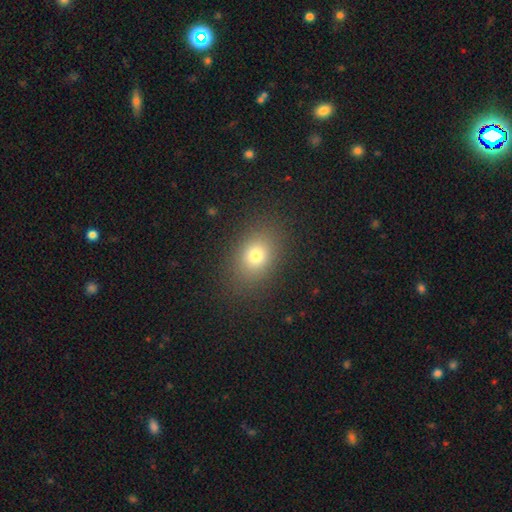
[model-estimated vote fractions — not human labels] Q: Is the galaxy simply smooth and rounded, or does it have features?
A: smooth — 76%.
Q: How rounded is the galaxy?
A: in between — 58%.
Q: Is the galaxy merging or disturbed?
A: none — 86%.